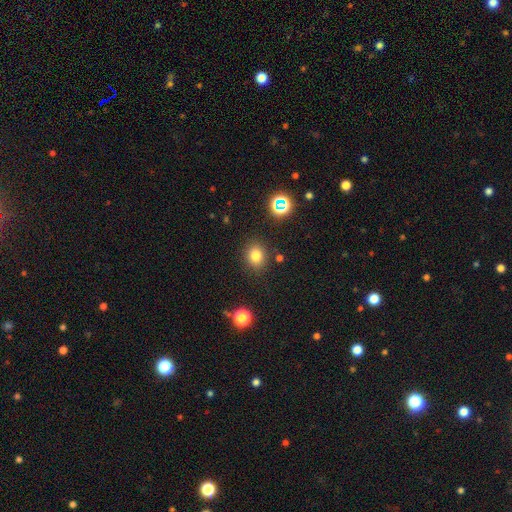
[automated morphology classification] A smooth galaxy with no disk features (78%) that is round (69%).

Vote fractions:
- Smooth or featured? smooth: 78% / star or artifact: 15% / featured or disk: 6%
- How rounded? round: 69% / in between: 30% / cigar-shaped: 1%
- Merging? none: 85% / minor disturbance: 9% / major disturbance: 3% / merger: 3%